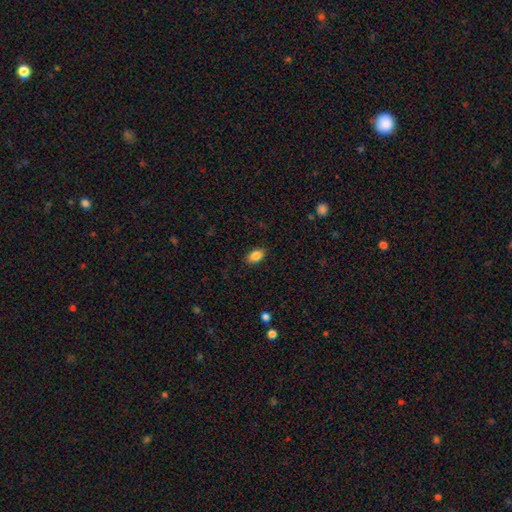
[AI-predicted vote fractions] This appears to be a smooth galaxy with no disk features (87%) that is in between round and cigar-shaped (87%). Merging: none (87%).